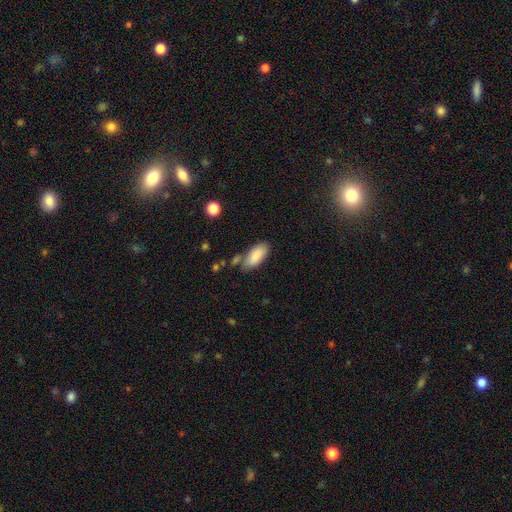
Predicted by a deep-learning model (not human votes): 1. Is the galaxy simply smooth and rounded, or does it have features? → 87% smooth, 7% featured or disk, 7% star or artifact.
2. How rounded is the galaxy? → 88% in between, 10% cigar-shaped, 2% round.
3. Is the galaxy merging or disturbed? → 66% none, 20% minor disturbance, 9% merger, 5% major disturbance.